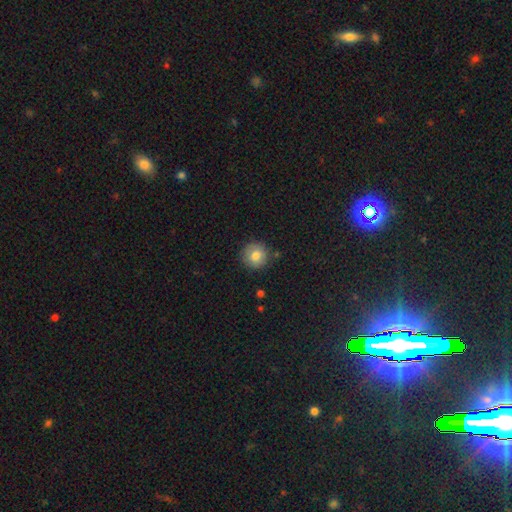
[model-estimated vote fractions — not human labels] Q: Smooth or featured?
A: smooth (81%); runner-up: featured or disk (10%)
Q: How rounded?
A: round (94%); runner-up: in between (5%)
Q: Merging?
A: none (87%); runner-up: minor disturbance (9%)